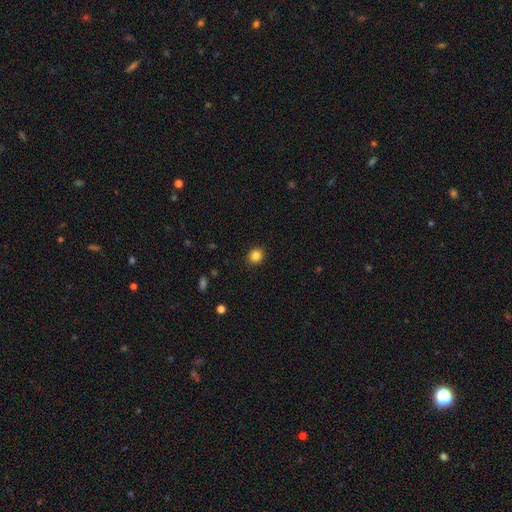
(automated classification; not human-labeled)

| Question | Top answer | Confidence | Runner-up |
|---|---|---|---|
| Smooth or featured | smooth | 85% | star or artifact (11%) |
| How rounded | round | 79% | in between (20%) |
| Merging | none | 91% | minor disturbance (6%) |